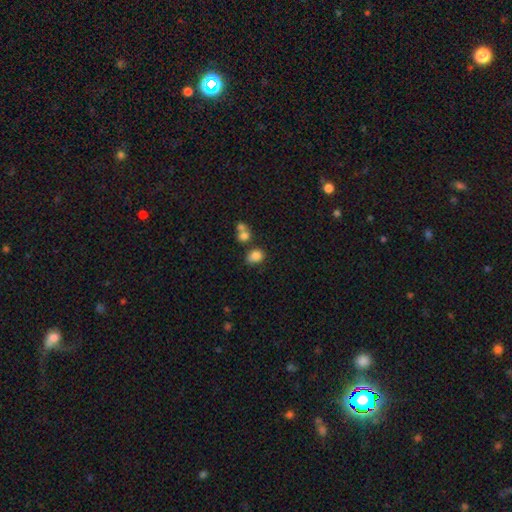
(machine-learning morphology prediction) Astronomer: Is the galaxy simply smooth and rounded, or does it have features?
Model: smooth — 82%.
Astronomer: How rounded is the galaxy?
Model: in between — 60% (runner-up: round, 39%).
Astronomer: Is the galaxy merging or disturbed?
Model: none — 55%.